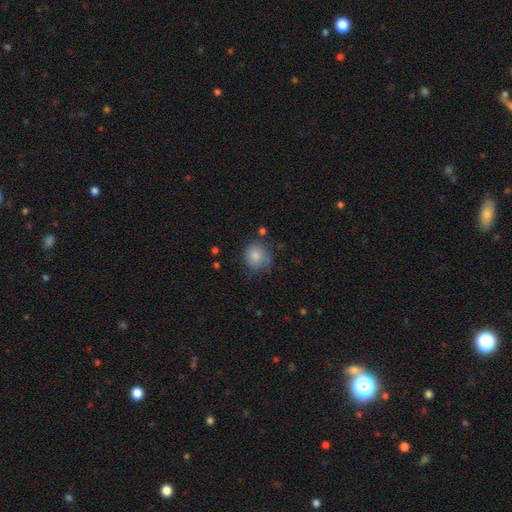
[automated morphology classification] This is clearly a smooth galaxy (83%). How rounded: clearly round (81%). Merging: likely none (65%).